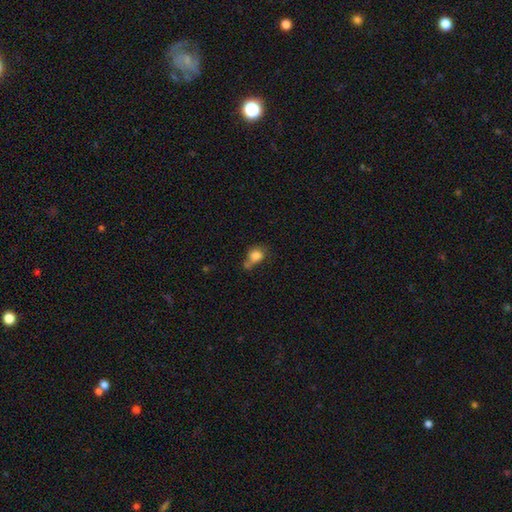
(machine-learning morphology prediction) type=smooth (81%); roundness=round (63%); merging=none (41%).